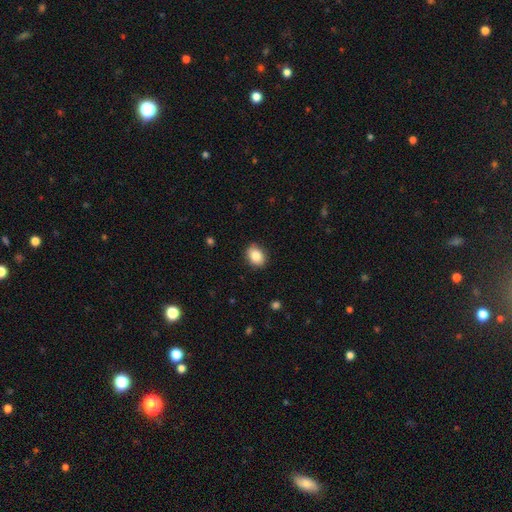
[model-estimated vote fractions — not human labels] smooth-or-featured: smooth: 86% | star or artifact: 8% | featured or disk: 6%
  how-rounded: in between: 66% | round: 33% | cigar-shaped: 1%
  merging: none: 87% | minor disturbance: 10% | major disturbance: 2% | merger: 1%